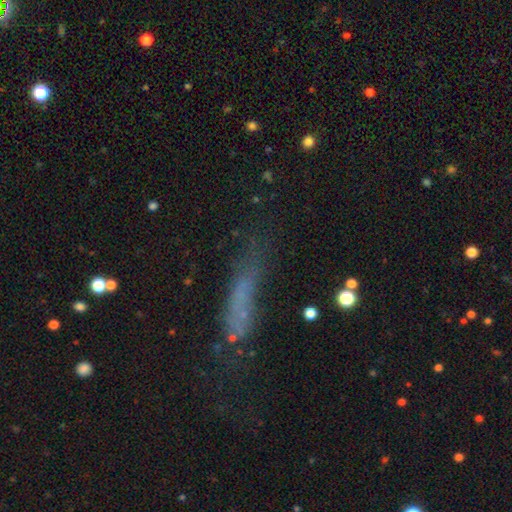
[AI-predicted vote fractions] Overall: smooth (51%; featured or disk 26%). How rounded: cigar-shaped (74%). Merging: none (46%; major disturbance 24%).